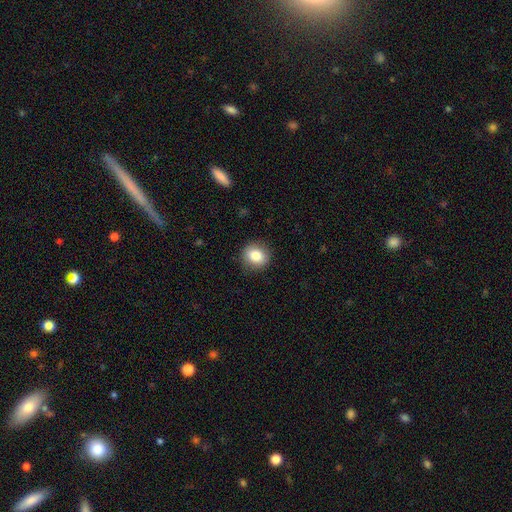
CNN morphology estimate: This is clearly a smooth galaxy (84%). How rounded: likely round (78%). Merging: clearly none (87%).